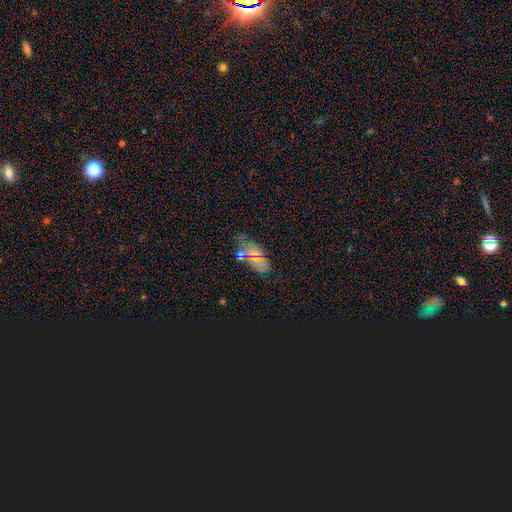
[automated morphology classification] Smooth or featured? Predicted: smooth (p=0.43). Merging? Predicted: none (p=0.55).